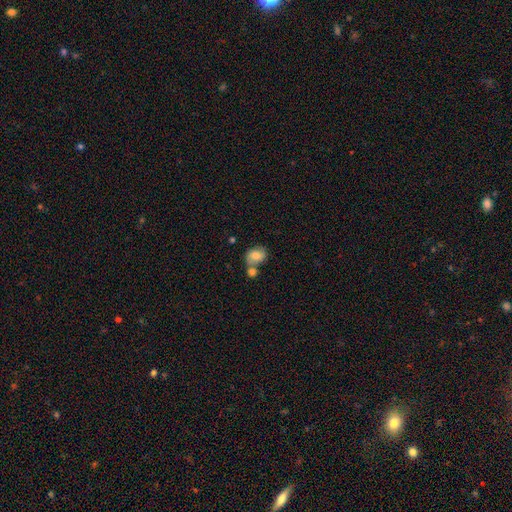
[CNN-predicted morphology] This appears to be a smooth galaxy with no disk features (76%) that is in between round and cigar-shaped (58%). Merging: none (47%).